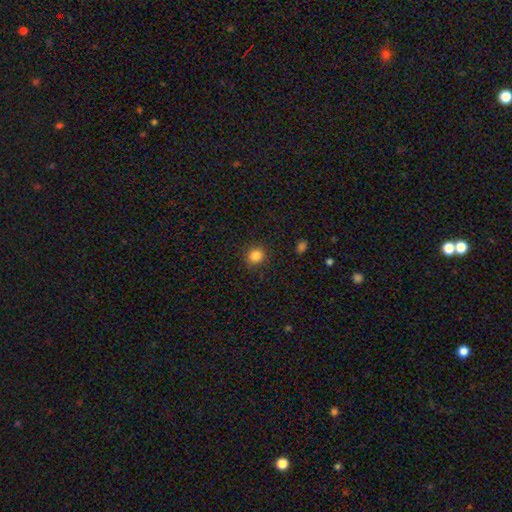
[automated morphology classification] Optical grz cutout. It shows a smooth galaxy with no disk features (84%) that is round (85%). Merging: none (89%).